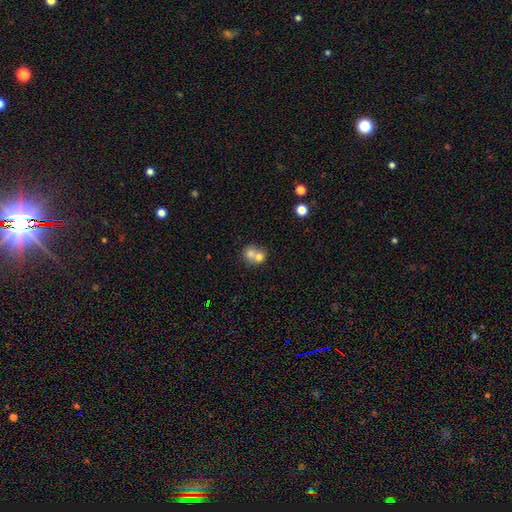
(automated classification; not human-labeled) A smooth galaxy with no disk features (69%) that is round (75%).

Vote fractions:
- Smooth or featured? smooth: 69% / featured or disk: 21% / star or artifact: 10%
- How rounded? round: 75% / in between: 25% / cigar-shaped: 1%
- Merging? merger: 66% / none: 26% / minor disturbance: 5% / major disturbance: 3%